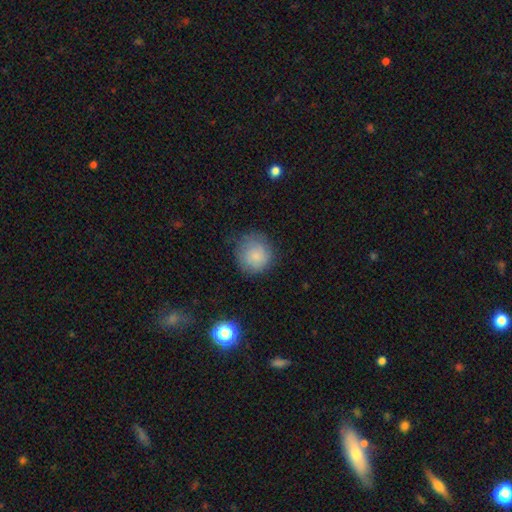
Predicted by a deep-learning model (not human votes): Morphology: type=smooth (81%); roundness=round (91%); merging=none (69%).